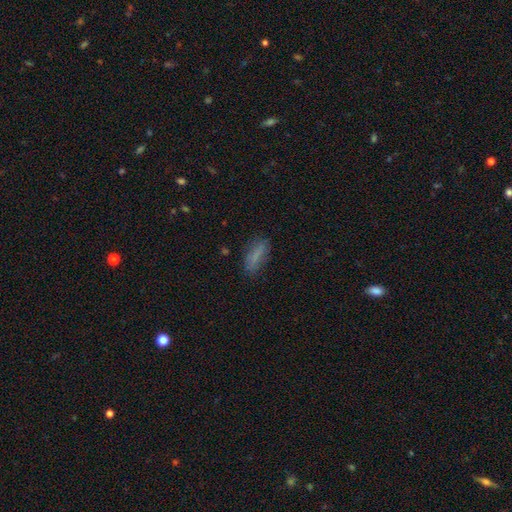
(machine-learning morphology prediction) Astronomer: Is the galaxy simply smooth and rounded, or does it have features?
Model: smooth — 75%.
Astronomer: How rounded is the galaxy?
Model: in between — 55% (runner-up: cigar-shaped, 42%).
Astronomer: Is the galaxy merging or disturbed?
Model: none — 76%.